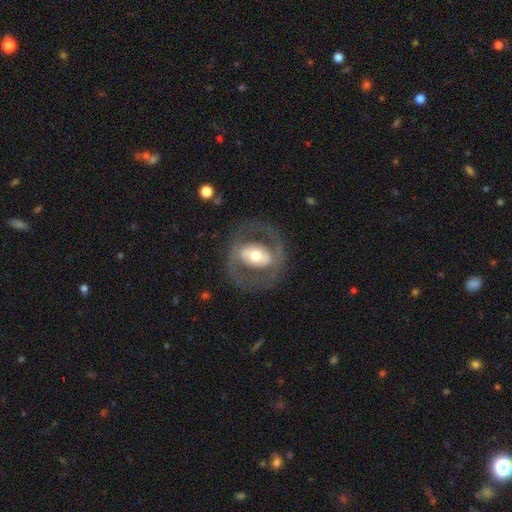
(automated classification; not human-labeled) Q: Smooth or featured?
A: featured or disk (70%); runner-up: smooth (25%)
Q: Edge-on disk?
A: no (95%); runner-up: yes (5%)
Q: Bar?
A: no (44%); runner-up: strong (29%)
Q: Spiral arms?
A: no (61%); runner-up: yes (39%)
Q: Bulge size?
A: moderate (65%); runner-up: large (18%)
Q: Merging?
A: none (76%); runner-up: major disturbance (12%)